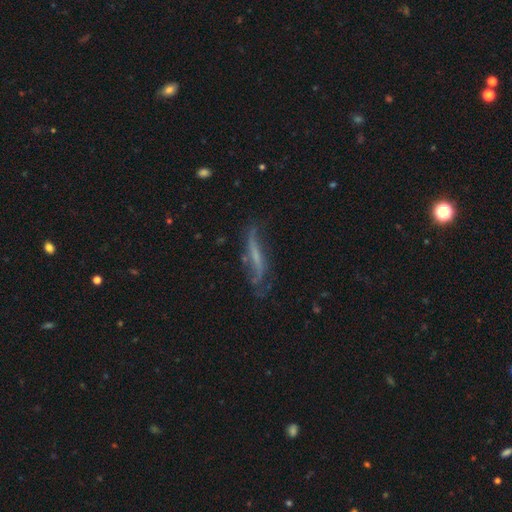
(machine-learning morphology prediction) This appears to be a featured or disk galaxy (61%) with not edge-on (50%, tied with yes). Merging: none (50%).